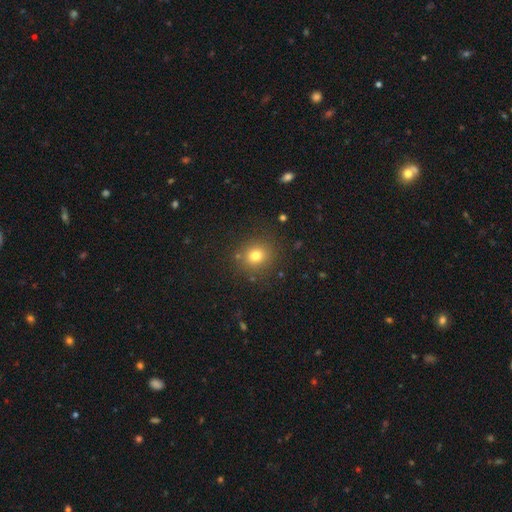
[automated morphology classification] Smooth or featured?
  - smooth: 77% *
  - star or artifact: 15%
  - featured or disk: 8%
How rounded?
  - round: 82% *
  - in between: 17%
  - cigar-shaped: 1%
Merging?
  - none: 85% *
  - minor disturbance: 9%
  - major disturbance: 4%
  - merger: 3%